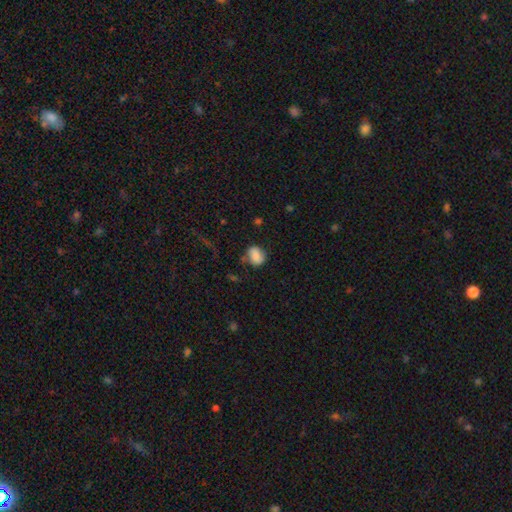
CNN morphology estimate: Q: Smooth or featured?
A: smooth (77%); runner-up: featured or disk (14%)
Q: How rounded?
A: in between (53%); runner-up: round (46%)
Q: Merging?
A: none (63%); runner-up: minor disturbance (24%)